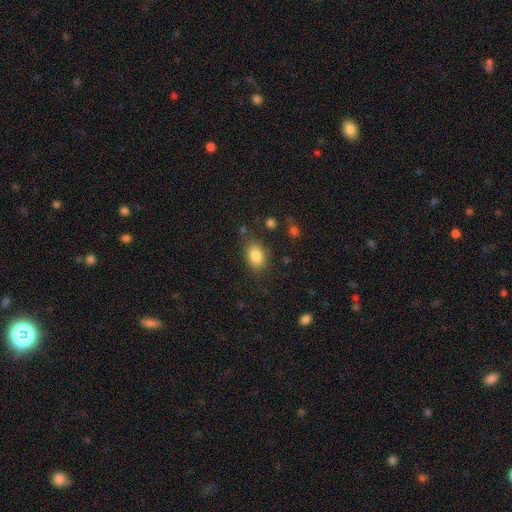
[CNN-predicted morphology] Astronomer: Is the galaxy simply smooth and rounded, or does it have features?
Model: smooth — 84%.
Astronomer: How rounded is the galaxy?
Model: in between — 79%.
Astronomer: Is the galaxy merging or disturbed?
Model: none — 81%.